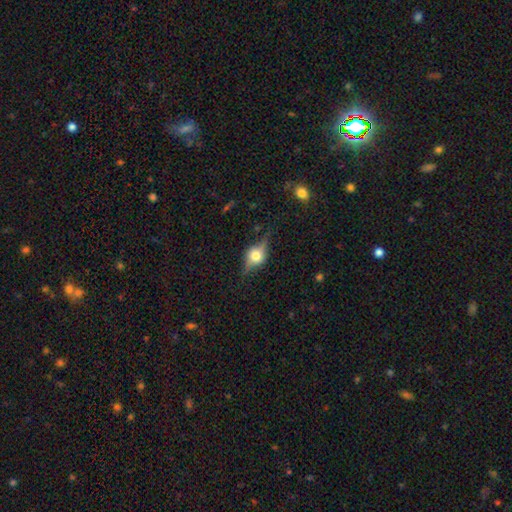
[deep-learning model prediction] Smooth or featured? Predicted: featured or disk (p=0.68). Edge-on disk? Predicted: yes (p=0.90). Edge-on bulge? Predicted: rounded (p=0.94). Merging? Predicted: none (p=0.78).